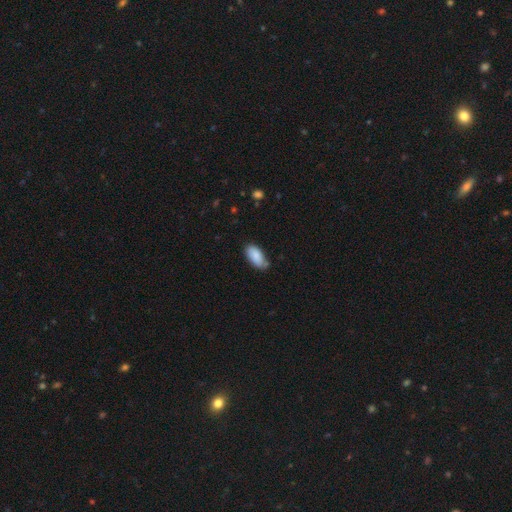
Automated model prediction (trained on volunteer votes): Overall: smooth (87%). How rounded: in between (93%). Merging: none (69%).